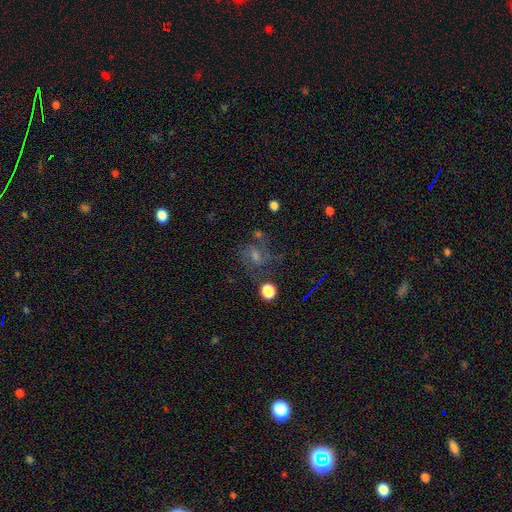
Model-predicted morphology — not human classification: Smooth or featured: featured or disk — 52% (star or artifact — 27%)
Edge-on disk: no — 96% (yes — 4%)
Bar: weak — 46% (no — 42%)
Spiral arms: yes — 84% (no — 16%)
Bulge size: moderate — 40% (small — 39%)
Merging: none — 63% (minor disturbance — 16%)